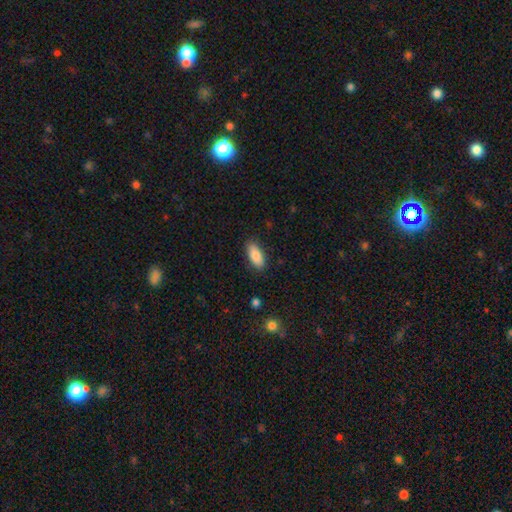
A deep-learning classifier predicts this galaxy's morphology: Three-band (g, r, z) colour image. It shows a smooth galaxy with no disk features (85%) that is in between round and cigar-shaped (85%). Merging: none (86%).